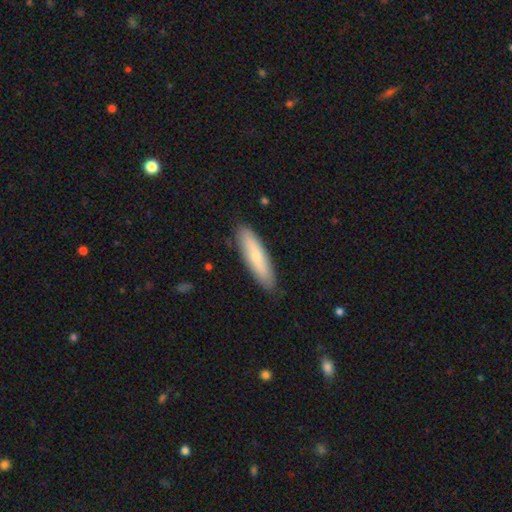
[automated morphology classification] A smooth galaxy with no disk features (67%) that is cigar-shaped (72%). Merging: none (88%).